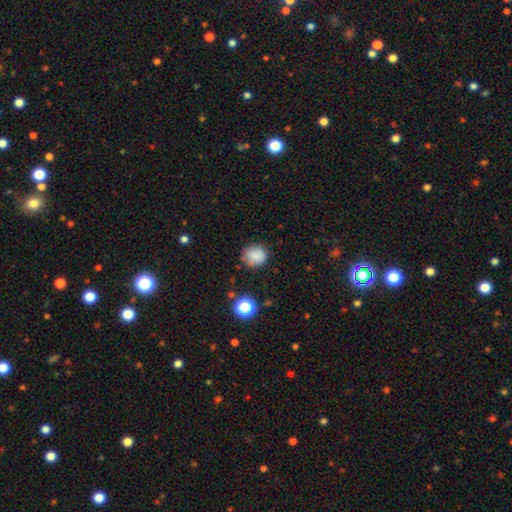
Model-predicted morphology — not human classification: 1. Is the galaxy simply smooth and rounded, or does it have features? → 82% smooth, 12% star or artifact, 7% featured or disk.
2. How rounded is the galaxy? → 78% round, 21% in between, 1% cigar-shaped.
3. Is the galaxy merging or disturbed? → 76% none, 17% minor disturbance, 4% major disturbance, 3% merger.